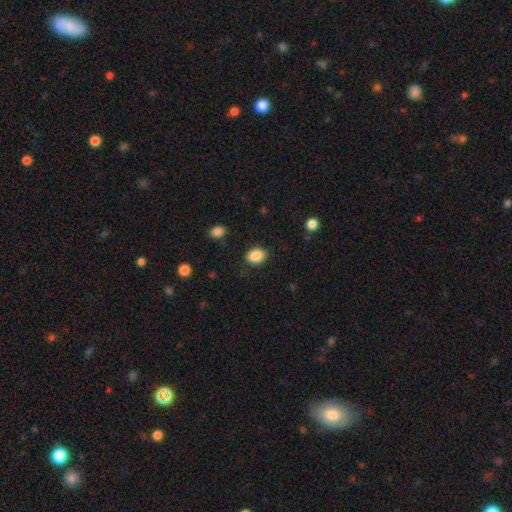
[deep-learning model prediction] A smooth galaxy with no disk features (88%) that is in between round and cigar-shaped (74%).

Vote fractions:
- Smooth or featured? smooth: 88% / star or artifact: 8% / featured or disk: 4%
- How rounded? in between: 74% / round: 25% / cigar-shaped: 1%
- Merging? none: 85% / minor disturbance: 11% / major disturbance: 3% / merger: 1%